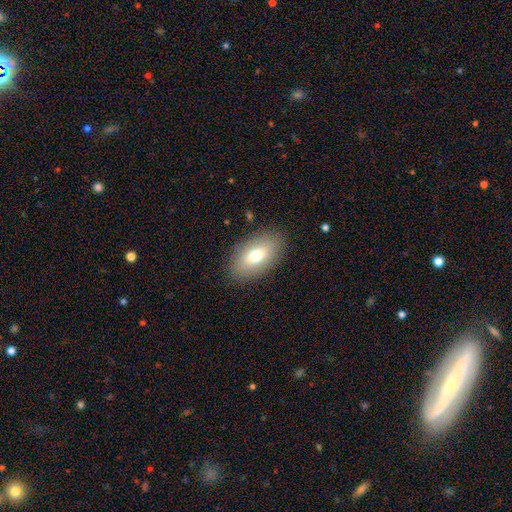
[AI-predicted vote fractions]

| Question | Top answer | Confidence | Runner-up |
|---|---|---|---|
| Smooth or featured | smooth | 71% | featured or disk (21%) |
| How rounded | in between | 92% | round (5%) |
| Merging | none | 86% | minor disturbance (10%) |